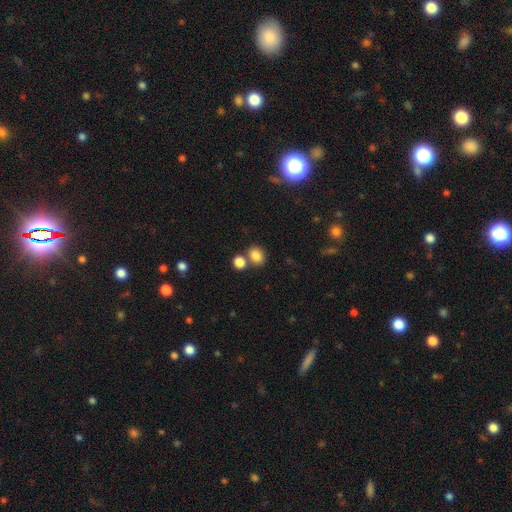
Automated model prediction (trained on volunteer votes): The model was most divided on "how rounded": in between: 54%, round: 45%, cigar-shaped: 1%. More confident: smooth or featured — smooth (84%); merging — none (60%).